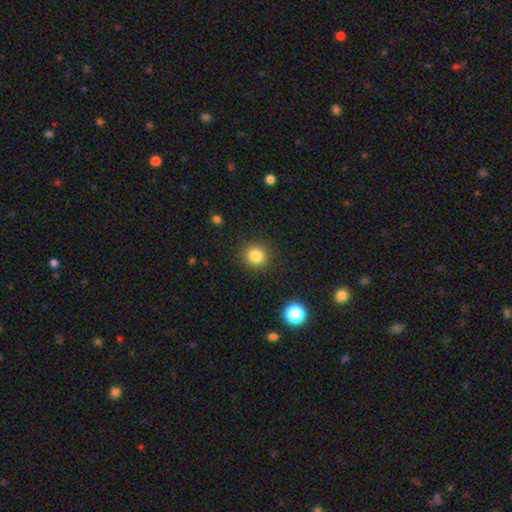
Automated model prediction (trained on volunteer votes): Smooth or featured?
  - smooth: 84% *
  - star or artifact: 11%
  - featured or disk: 5%
How rounded?
  - round: 91% *
  - in between: 8%
  - cigar-shaped: 1%
Merging?
  - none: 90% *
  - minor disturbance: 7%
  - major disturbance: 3%
  - merger: 1%